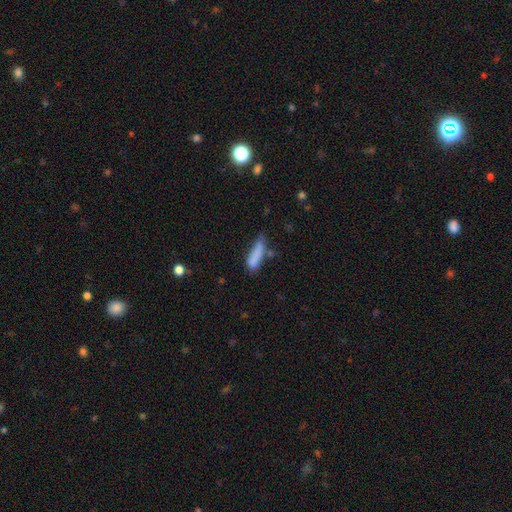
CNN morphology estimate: Smooth or featured? smooth (82%)
How rounded? cigar-shaped (64%)
Merging? none (48%)